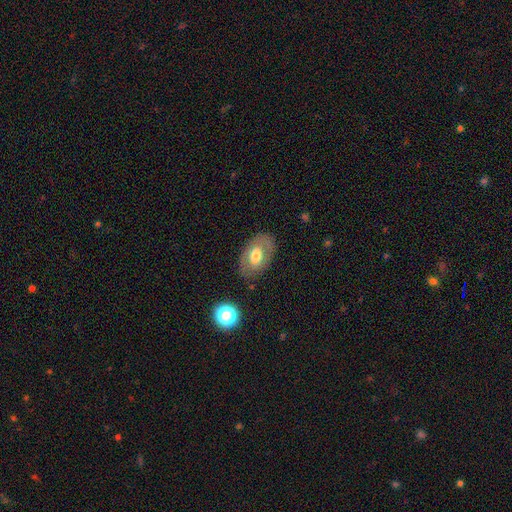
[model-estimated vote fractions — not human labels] Morphology: type=smooth (57%); roundness=in between (86%); merging=none (78%).